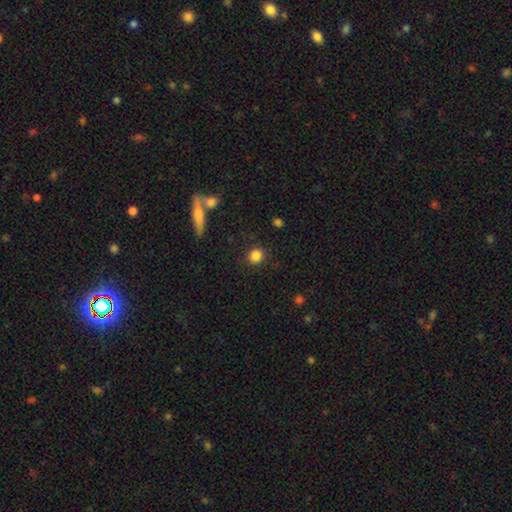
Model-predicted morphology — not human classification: Smooth or featured? smooth (85%)
How rounded? round (88%)
Merging? none (87%)